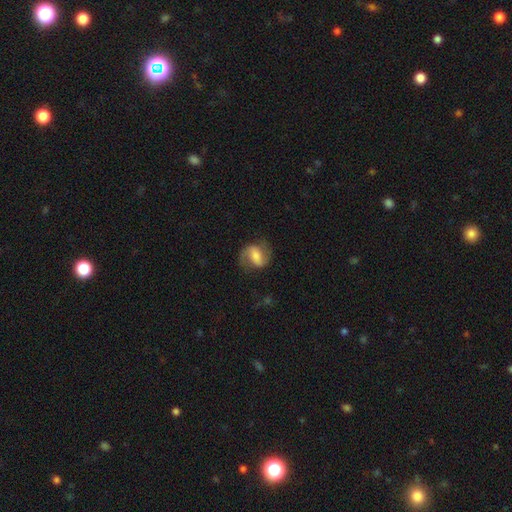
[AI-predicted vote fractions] Smooth or featured?
  - featured or disk: 64% *
  - smooth: 28%
  - star or artifact: 7%
Edge-on disk?
  - no: 97% *
  - yes: 3%
Bar?
  - weak: 42% *
  - strong: 37%
  - no: 21%
Spiral arms?
  - yes: 90% *
  - no: 10%
Spiral winding?
  - medium: 46% *
  - loose: 36%
  - tight: 18%
Spiral arm count?
  - 2: 86% *
  - 1: 6%
  - can't tell: 5%
  - 3: 1%
  - 4: 1%
  - more than 4: 1%
Bulge size?
  - moderate: 41% *
  - small: 28%
  - large: 17%
  - none: 11%
  - dominant: 3%
Merging?
  - none: 70% *
  - minor disturbance: 18%
  - major disturbance: 11%
  - merger: 1%